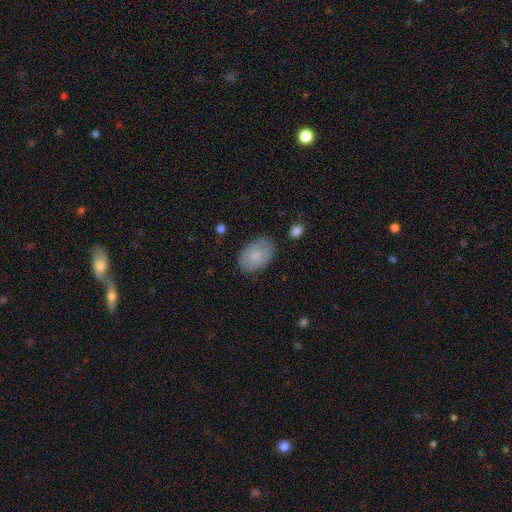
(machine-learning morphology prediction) Overall: smooth (80%). How rounded: in between (88%). Merging: none (75%).